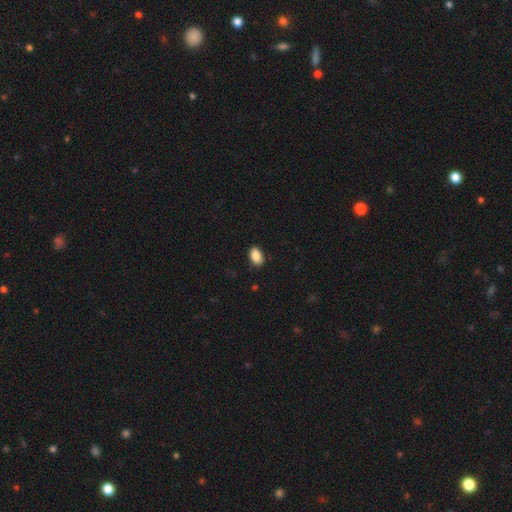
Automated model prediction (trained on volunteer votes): smooth-or-featured: smooth: 86% | star or artifact: 7% | featured or disk: 6%
  how-rounded: in between: 90% | round: 8% | cigar-shaped: 2%
  merging: none: 86% | minor disturbance: 11% | major disturbance: 2% | merger: 1%